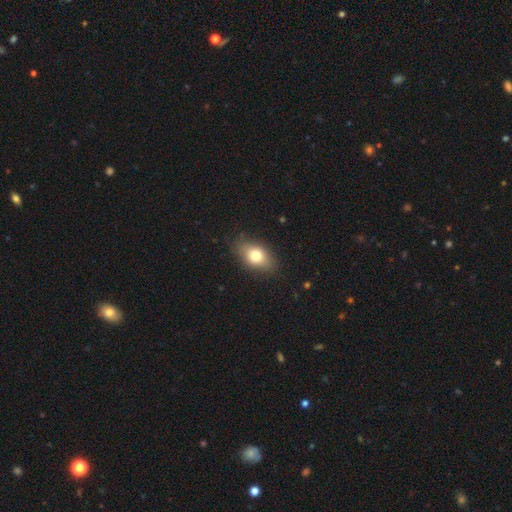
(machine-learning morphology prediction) This appears to be a smooth galaxy with no disk features (76%) that is in between round and cigar-shaped (81%). Merging: none (82%).